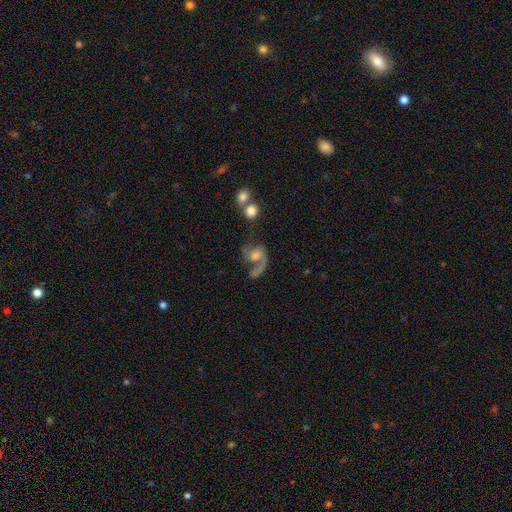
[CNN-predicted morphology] Smooth or featured?
  - featured or disk: 75% *
  - smooth: 16%
  - star or artifact: 9%
Edge-on disk?
  - no: 97% *
  - yes: 3%
Bar?
  - no: 60% *
  - weak: 32%
  - strong: 8%
Spiral arms?
  - yes: 91% *
  - no: 9%
Spiral winding?
  - loose: 51% *
  - medium: 39%
  - tight: 10%
Spiral arm count?
  - 2: 50% *
  - 1: 43%
  - can't tell: 3%
  - 3: 1%
  - 4: 1%
  - more than 4: 1%
Bulge size?
  - moderate: 47% *
  - small: 21%
  - large: 18%
  - none: 11%
  - dominant: 3%
Merging?
  - none: 39% *
  - major disturbance: 30%
  - minor disturbance: 16%
  - merger: 15%